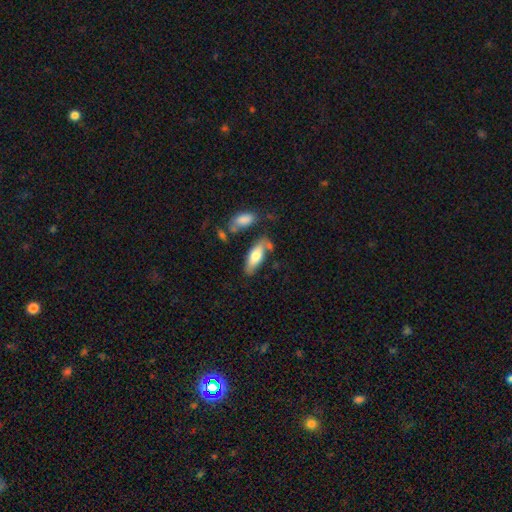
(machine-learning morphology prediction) smooth-or-featured: smooth: 68% | featured or disk: 27% | star or artifact: 6%
  how-rounded: in between: 69% | cigar-shaped: 29% | round: 2%
  merging: none: 62% | minor disturbance: 21% | merger: 11% | major disturbance: 7%